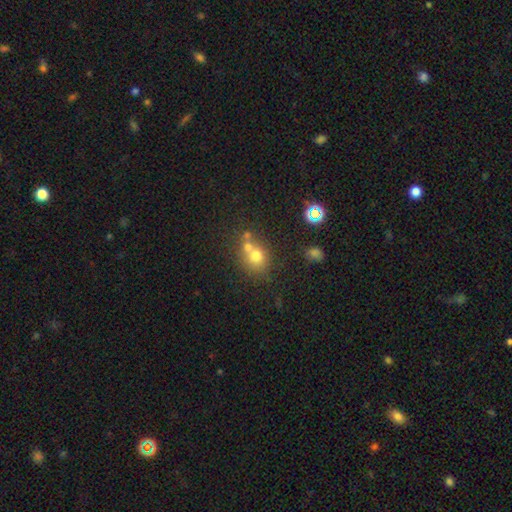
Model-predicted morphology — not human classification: Smooth or featured? smooth (66%)
How rounded? round (75%)
Merging? none (44%)